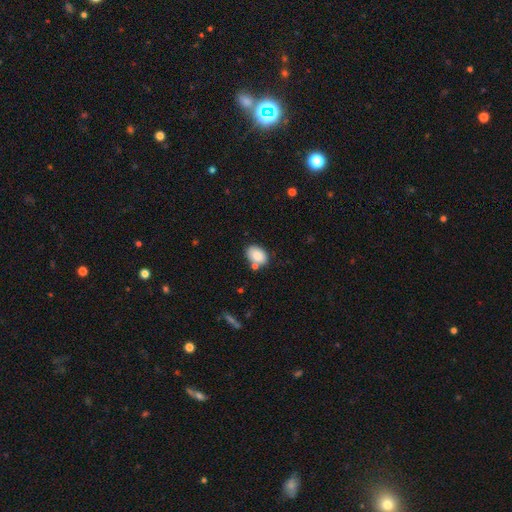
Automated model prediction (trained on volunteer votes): Smooth or featured? smooth (86%)
How rounded? in between (83%)
Merging? none (68%)